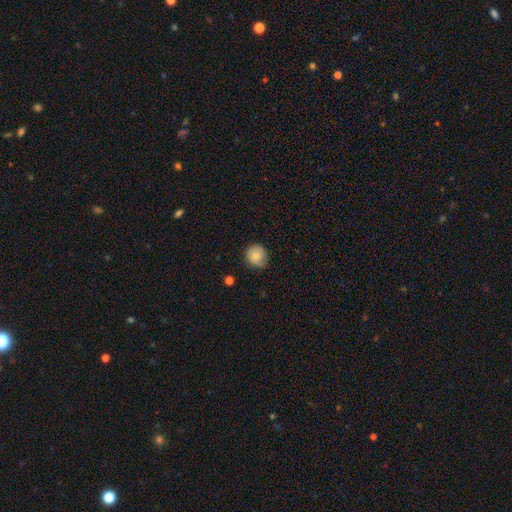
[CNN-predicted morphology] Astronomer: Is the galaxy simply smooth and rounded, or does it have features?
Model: smooth — 80%.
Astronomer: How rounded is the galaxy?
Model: round — 84%.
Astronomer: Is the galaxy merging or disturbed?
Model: none — 73%.